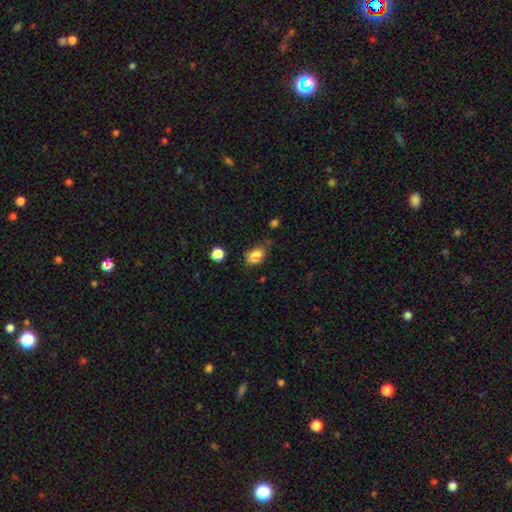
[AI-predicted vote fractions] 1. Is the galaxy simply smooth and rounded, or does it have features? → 83% smooth, 9% star or artifact, 8% featured or disk.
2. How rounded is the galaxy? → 77% in between, 22% round, 1% cigar-shaped.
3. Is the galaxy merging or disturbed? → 62% none, 27% minor disturbance, 7% major disturbance, 4% merger.